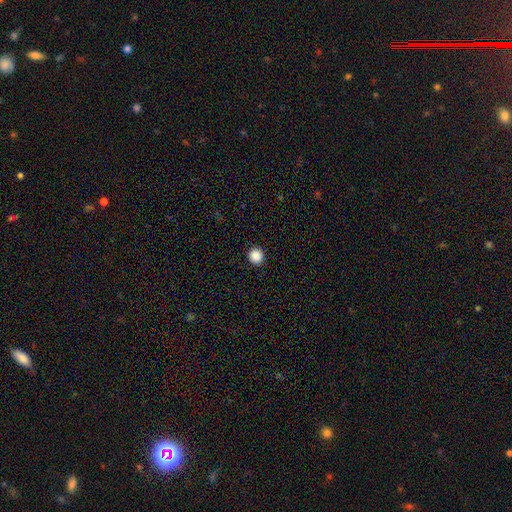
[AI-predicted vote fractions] Smooth or featured: smooth — 88% (star or artifact — 10%)
How rounded: round — 93% (in between — 6%)
Merging: none — 93% (minor disturbance — 5%)